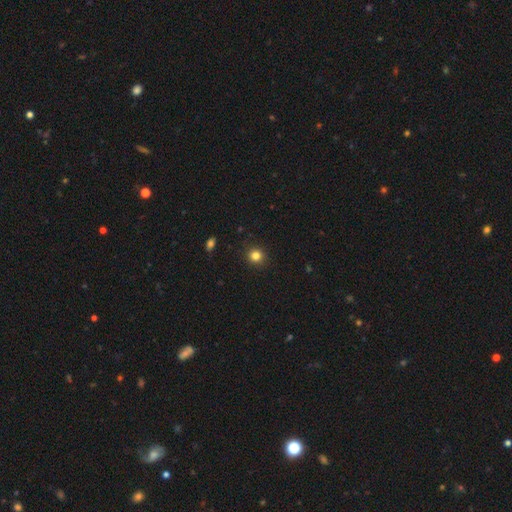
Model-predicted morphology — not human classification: This appears to be a smooth galaxy with no disk features (83%) that is round (91%). Merging: none (91%).